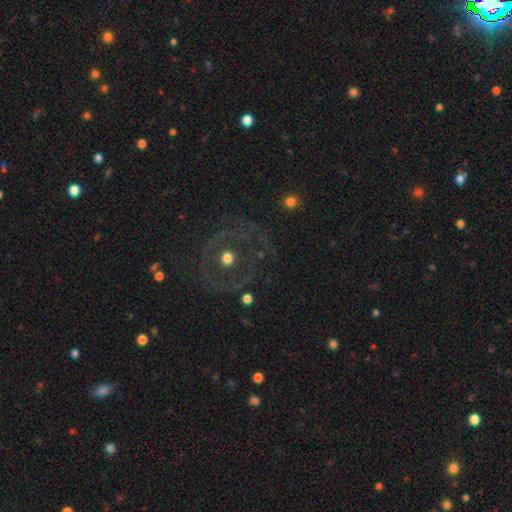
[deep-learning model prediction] smooth-or-featured: featured or disk: 52% | smooth: 28% | star or artifact: 19%
  disk-edge-on: no: 95% | yes: 5%
  merging: none: 77% | minor disturbance: 11% | major disturbance: 9% | merger: 3%